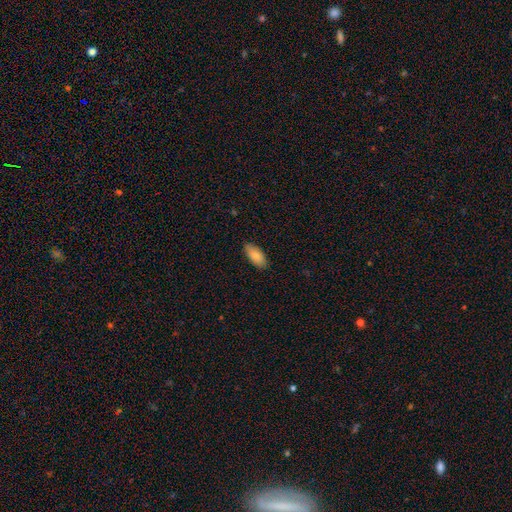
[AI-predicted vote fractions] Smooth or featured? smooth (85%)
How rounded? in between (89%)
Merging? none (85%)